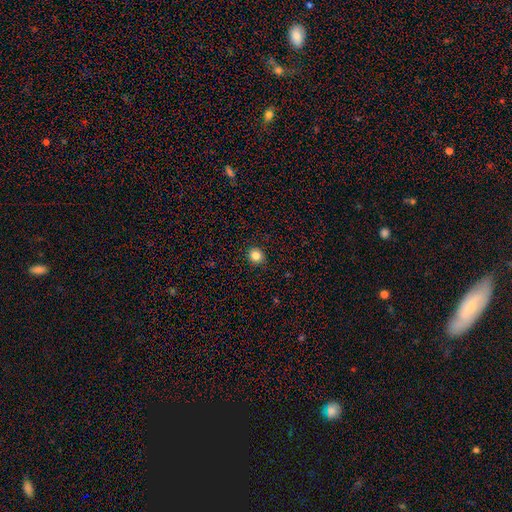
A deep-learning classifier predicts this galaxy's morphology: smooth 84%, star or artifact 11%, featured or disk 5%. Down the decision tree: how rounded — round (85%); merging — none (92%).